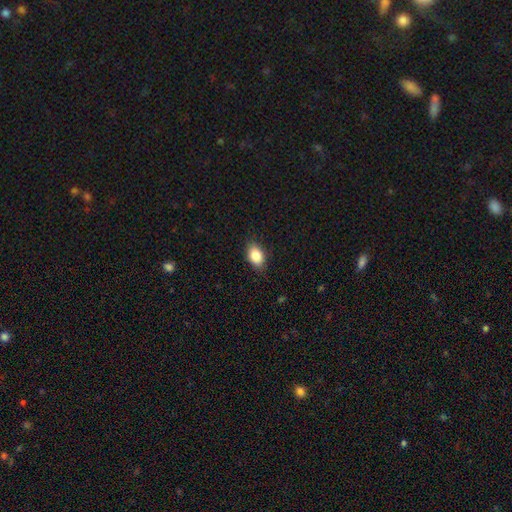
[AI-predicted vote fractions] Q: Smooth or featured?
A: smooth (87%); runner-up: star or artifact (8%)
Q: How rounded?
A: in between (86%); runner-up: round (12%)
Q: Merging?
A: none (84%); runner-up: minor disturbance (13%)